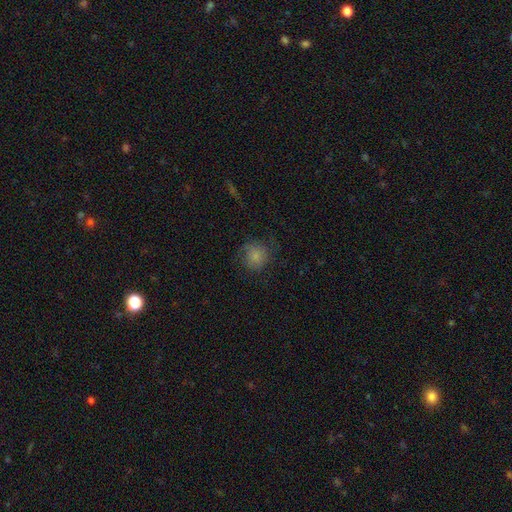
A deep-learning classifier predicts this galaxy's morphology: A smooth galaxy with no disk features (74%) that is round (85%). Merging: none (65%).